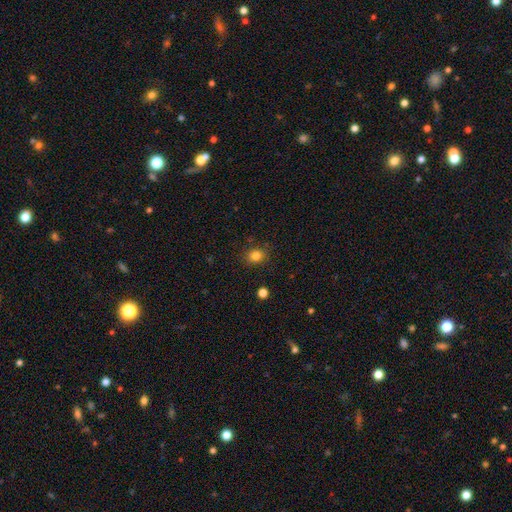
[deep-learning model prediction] The model was most divided on "how rounded": round: 63%, in between: 36%, cigar-shaped: 1%. More confident: merging — none (86%); smooth or featured — smooth (82%).